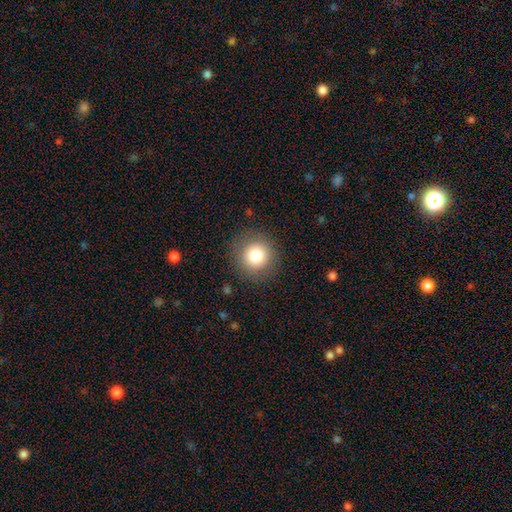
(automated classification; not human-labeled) A smooth galaxy with no disk features (80%) that is round (95%). Merging: none (89%).